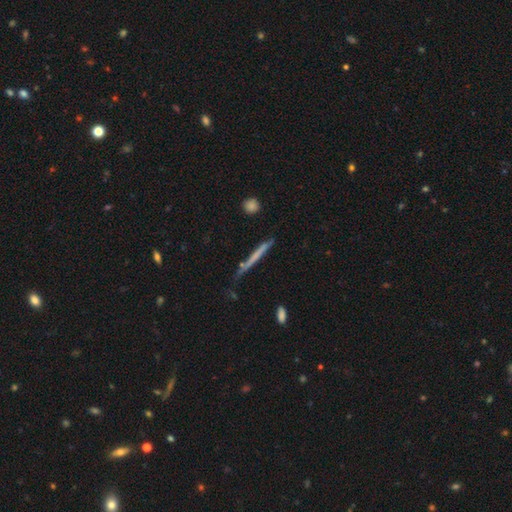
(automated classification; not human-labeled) Smooth or featured: smooth — 50% (featured or disk — 43%)
How rounded: cigar-shaped — 96% (in between — 2%)
Merging: none — 73% (minor disturbance — 19%)